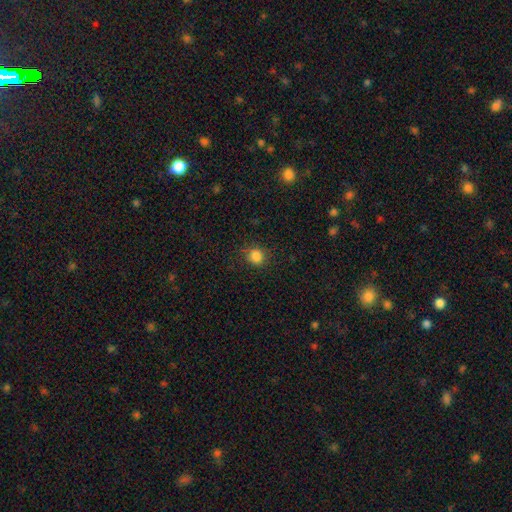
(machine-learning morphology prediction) A smooth galaxy with no disk features (84%) that is round (80%).

Vote fractions:
- Smooth or featured? smooth: 84% / star or artifact: 12% / featured or disk: 4%
- How rounded? round: 80% / in between: 19% / cigar-shaped: 1%
- Merging? none: 80% / minor disturbance: 14% / major disturbance: 4% / merger: 1%